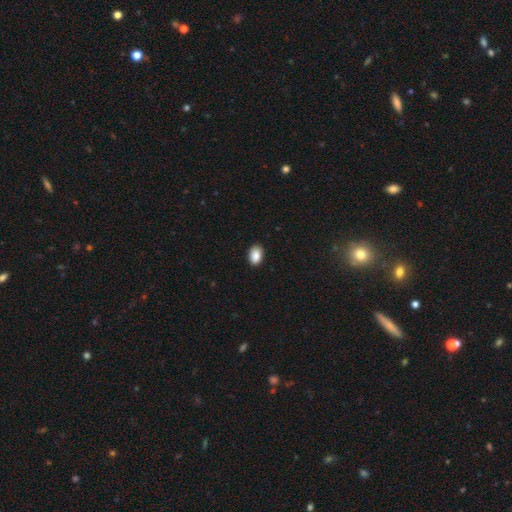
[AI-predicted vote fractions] A smooth galaxy with no disk features (89%) that is in between round and cigar-shaped (88%). Merging: none (88%).